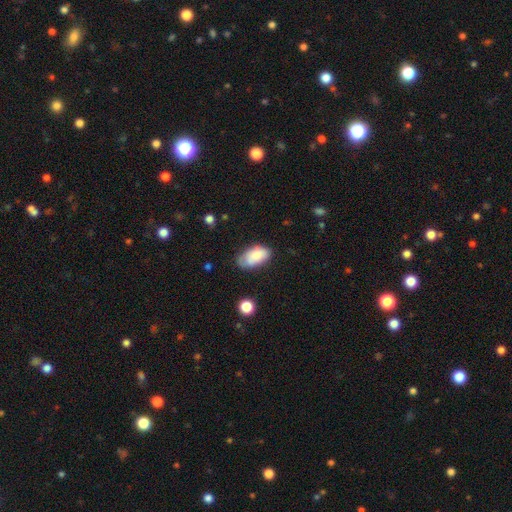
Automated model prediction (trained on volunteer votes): smooth_or_featured: smooth (p=0.79) [alt: featured or disk p=0.14]
how_rounded: in between (p=0.94) [alt: round p=0.04]
merging: none (p=0.60) [alt: minor disturbance p=0.30]